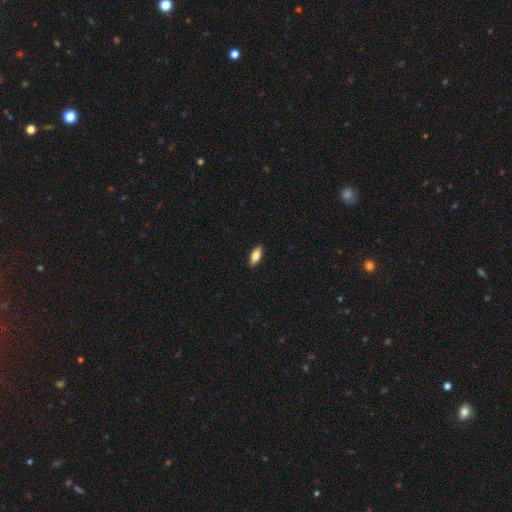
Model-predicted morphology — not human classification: Smooth or featured: smooth — 79% (featured or disk — 15%)
How rounded: in between — 76% (cigar-shaped — 22%)
Merging: none — 90% (minor disturbance — 7%)